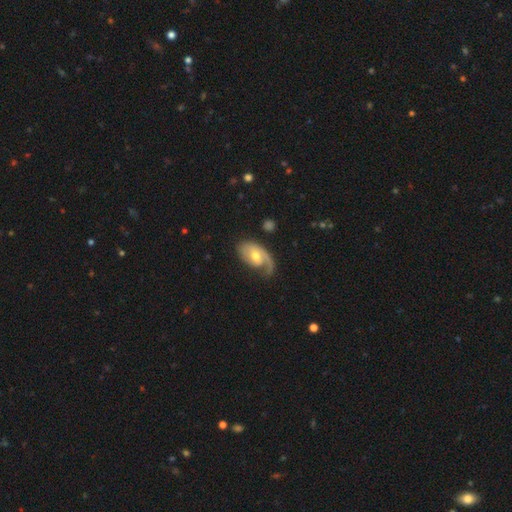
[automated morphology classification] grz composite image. It shows a featured or disk galaxy (71%) with no bar (62%), 1 (72%) medium (35%, tied with loose) spiral arms (87%) and a moderate central bulge (65%). Merging: none (45%).